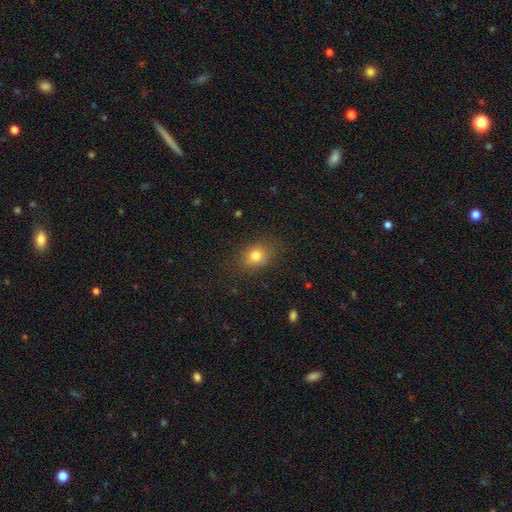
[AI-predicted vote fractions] smooth 79%, star or artifact 12%, featured or disk 9%. Down the decision tree: how rounded — in between (51%); merging — none (79%).